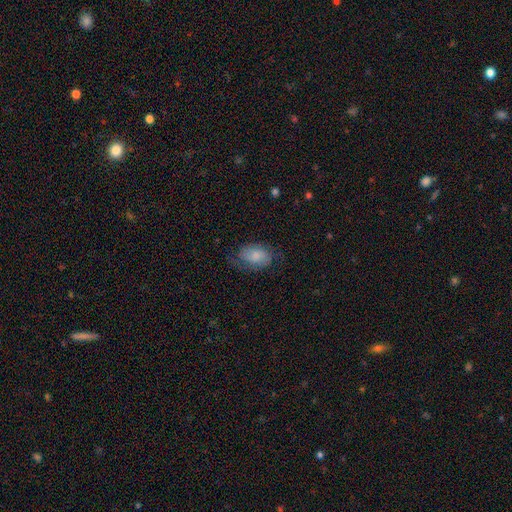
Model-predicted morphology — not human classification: This appears to be a smooth galaxy with no disk features (69%) that is in between round and cigar-shaped (90%). Merging: none (61%).